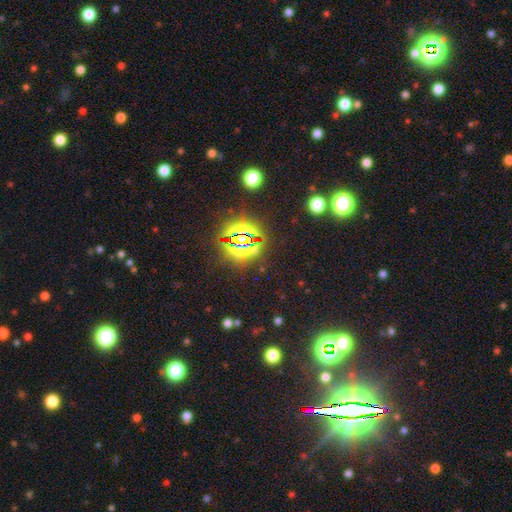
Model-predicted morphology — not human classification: This appears to be a star or artifact, not a galaxy (83%).